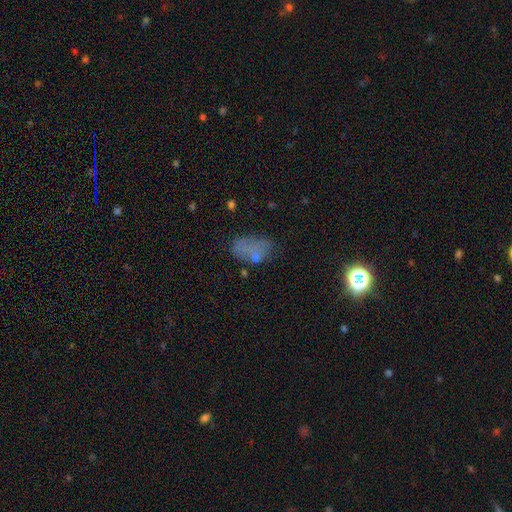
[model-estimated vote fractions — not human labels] Smooth or featured? smooth (57%)
How rounded? in between (86%)
Merging? none (47%)